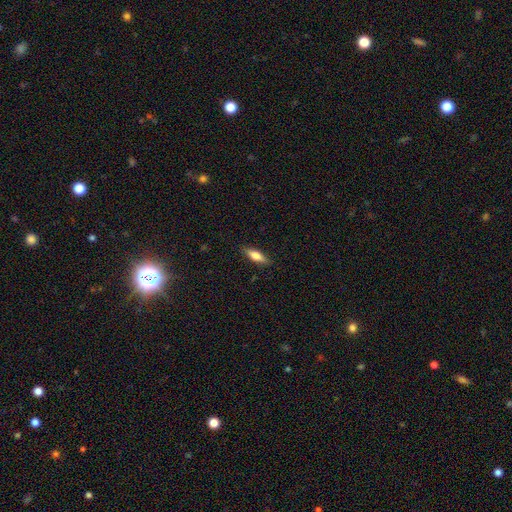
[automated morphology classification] Smooth or featured? smooth (66%)
How rounded? in between (52%)
Merging? none (87%)